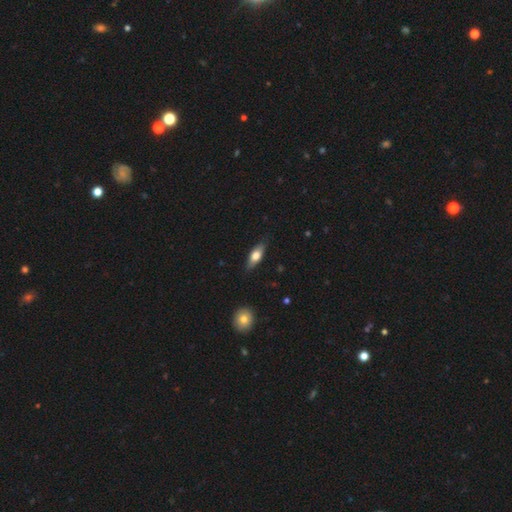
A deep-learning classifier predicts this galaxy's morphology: Smooth or featured? Predicted: smooth (p=0.61). How rounded? Predicted: in between (p=0.68). Merging? Predicted: none (p=0.80).